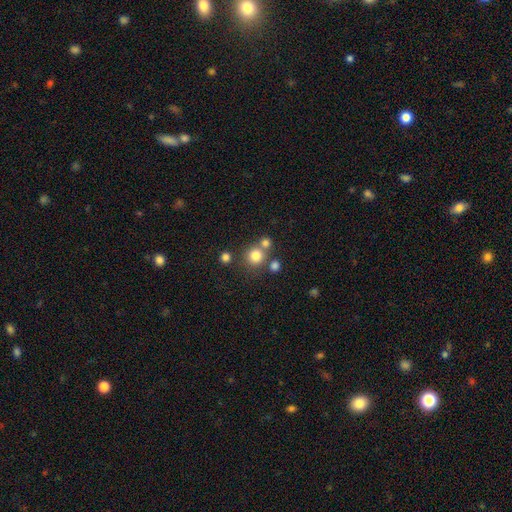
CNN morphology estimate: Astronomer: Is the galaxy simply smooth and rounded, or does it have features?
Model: smooth — 78%.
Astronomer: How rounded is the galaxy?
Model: round — 92%.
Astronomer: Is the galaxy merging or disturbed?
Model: none — 67%.